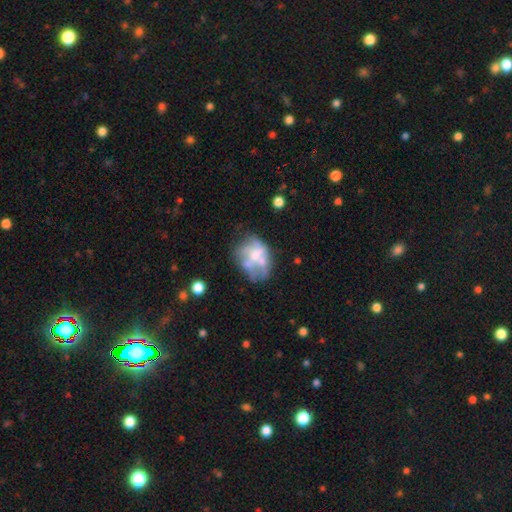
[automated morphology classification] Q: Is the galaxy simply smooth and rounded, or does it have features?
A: featured or disk — 57%.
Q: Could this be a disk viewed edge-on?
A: no — 97%.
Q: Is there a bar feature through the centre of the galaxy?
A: no — 85%.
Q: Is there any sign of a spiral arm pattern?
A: no — 90%.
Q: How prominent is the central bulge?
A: moderate — 36%.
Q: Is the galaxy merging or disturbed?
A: none — 39%.